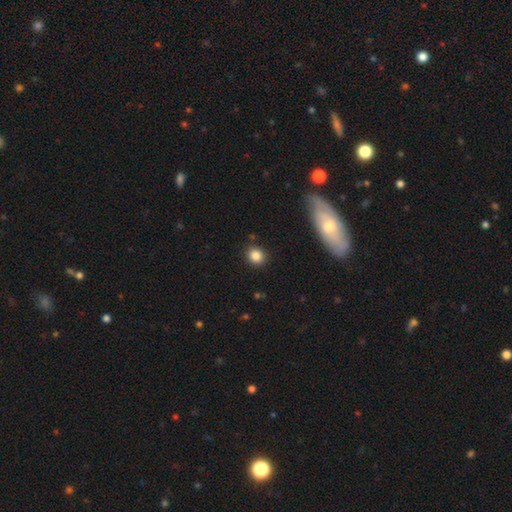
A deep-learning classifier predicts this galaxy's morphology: Smooth or featured? smooth (85%)
How rounded? round (74%)
Merging? none (88%)